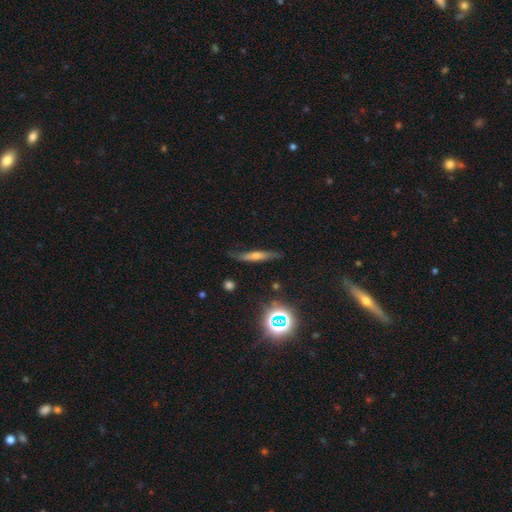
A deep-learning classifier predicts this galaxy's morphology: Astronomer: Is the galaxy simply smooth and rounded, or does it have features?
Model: featured or disk — 49% (runner-up: smooth, 37%).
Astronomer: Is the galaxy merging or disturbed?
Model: none — 76%.